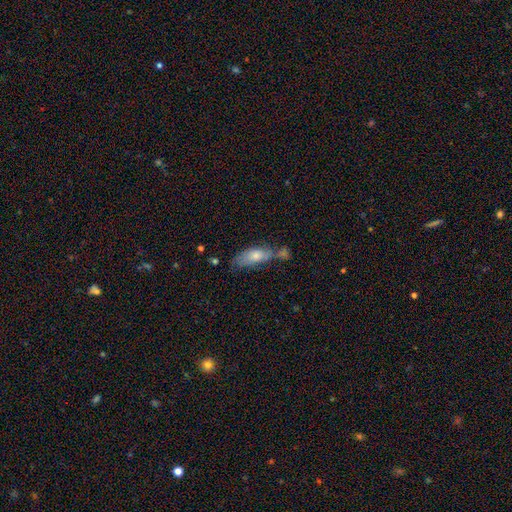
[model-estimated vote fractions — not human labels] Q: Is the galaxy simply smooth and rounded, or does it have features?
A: smooth — 68%.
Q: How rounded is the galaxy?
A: in between — 75%.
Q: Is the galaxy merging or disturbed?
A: none — 40%.